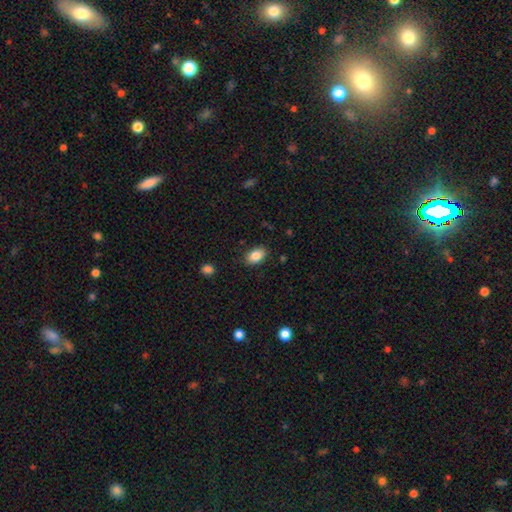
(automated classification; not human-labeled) smooth_or_featured: smooth (p=0.85) [alt: star or artifact p=0.08]
how_rounded: in between (p=0.88) [alt: round p=0.11]
merging: none (p=0.85) [alt: minor disturbance p=0.11]